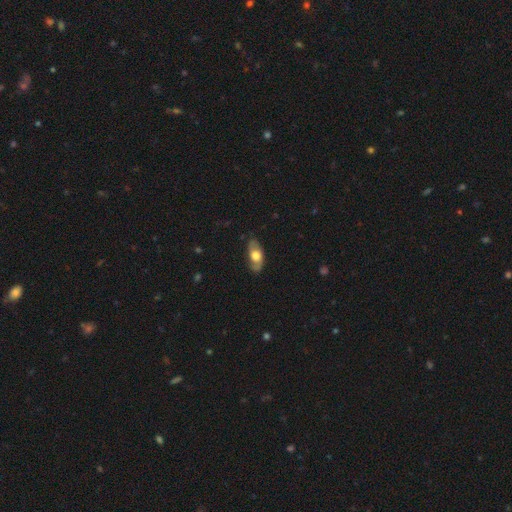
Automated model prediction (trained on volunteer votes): Smooth or featured? Predicted: smooth (p=0.54). How rounded? Predicted: in between (p=0.86). Merging? Predicted: none (p=0.79).